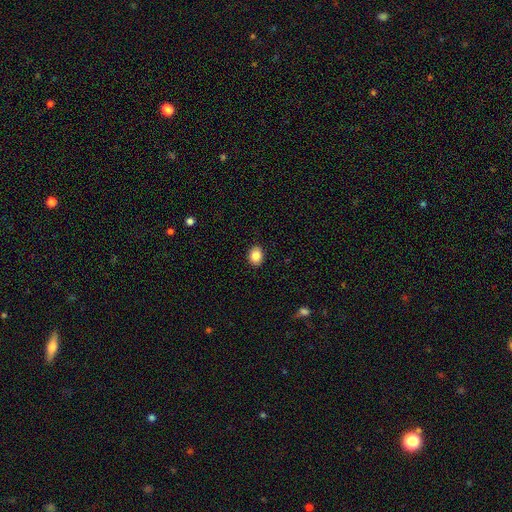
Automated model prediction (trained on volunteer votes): This appears to be a smooth galaxy with no disk features (87%) that is in between round and cigar-shaped (55%). Merging: none (90%).